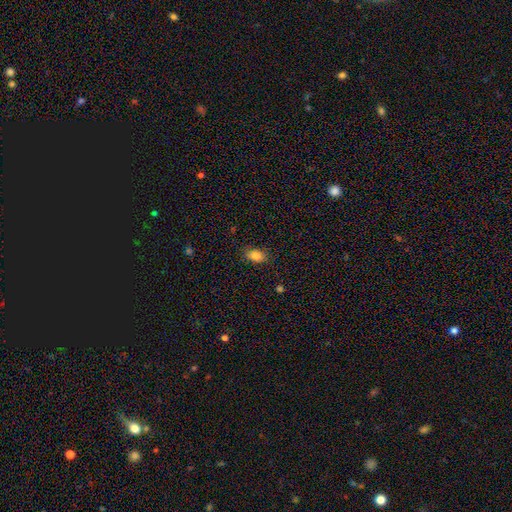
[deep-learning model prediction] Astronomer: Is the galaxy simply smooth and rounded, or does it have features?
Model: smooth — 85%.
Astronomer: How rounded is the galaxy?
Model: in between — 83%.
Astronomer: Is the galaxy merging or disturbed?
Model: none — 84%.